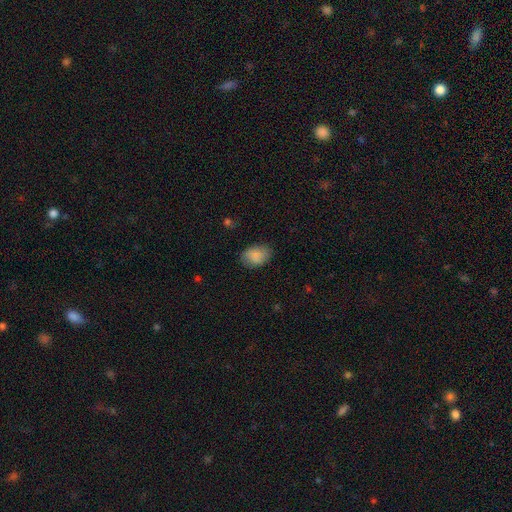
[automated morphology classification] Smooth or featured: smooth — 86% (star or artifact — 8%)
How rounded: in between — 83% (round — 16%)
Merging: none — 79% (minor disturbance — 16%)